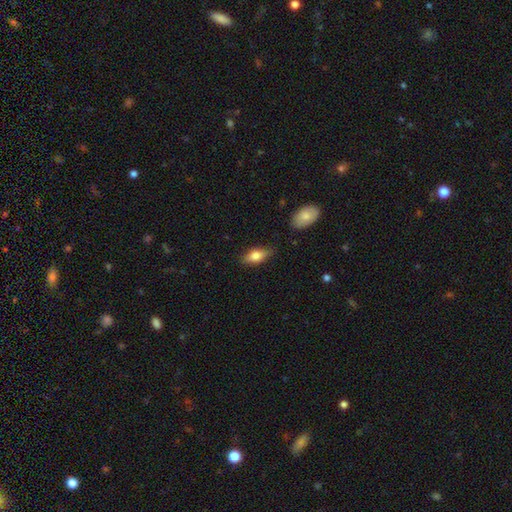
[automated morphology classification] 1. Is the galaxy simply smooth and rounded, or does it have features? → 64% smooth, 30% featured or disk, 7% star or artifact.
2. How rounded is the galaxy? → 77% in between, 18% cigar-shaped, 4% round.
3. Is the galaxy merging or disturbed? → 80% none, 15% minor disturbance, 3% major disturbance, 2% merger.